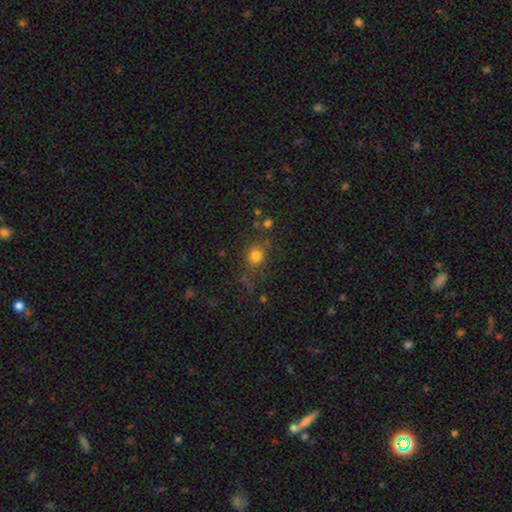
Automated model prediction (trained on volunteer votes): This appears to be a smooth galaxy with no disk features (75%) that is round (76%). Merging: none (70%).